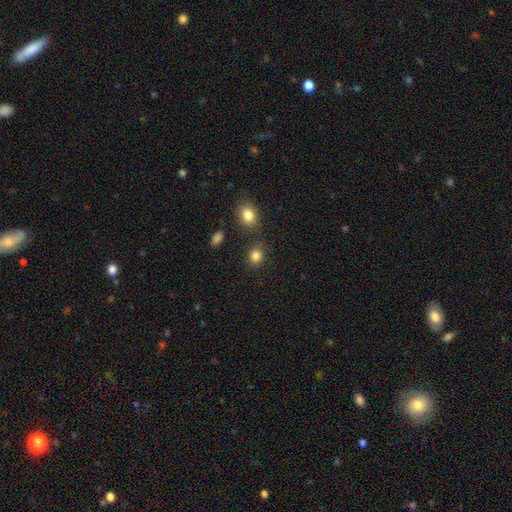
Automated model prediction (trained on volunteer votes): Q: Smooth or featured?
A: smooth (84%); runner-up: star or artifact (11%)
Q: How rounded?
A: round (73%); runner-up: in between (26%)
Q: Merging?
A: none (80%); runner-up: minor disturbance (10%)